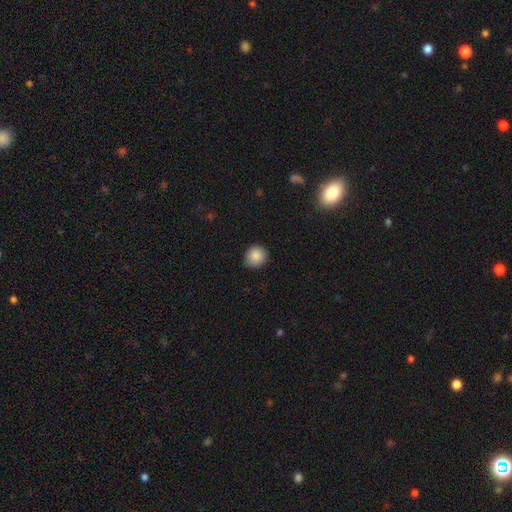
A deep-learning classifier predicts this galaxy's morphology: This appears to be a smooth galaxy with no disk features (88%) that is round (86%). Merging: none (86%).